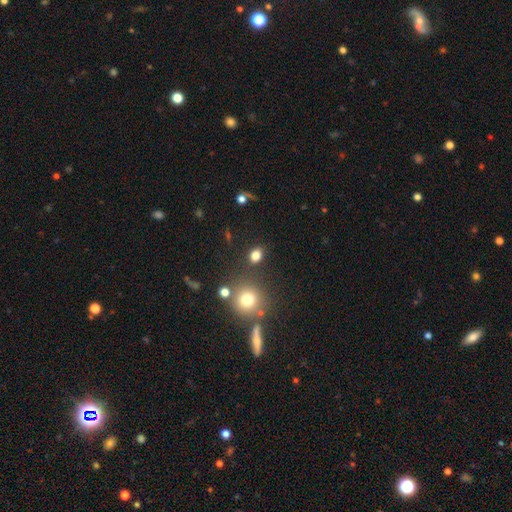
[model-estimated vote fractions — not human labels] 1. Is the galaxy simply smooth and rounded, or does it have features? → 79% smooth, 16% star or artifact, 5% featured or disk.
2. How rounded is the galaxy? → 50% round, 49% in between, 1% cigar-shaped.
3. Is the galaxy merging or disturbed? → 81% none, 10% minor disturbance, 5% merger, 4% major disturbance.